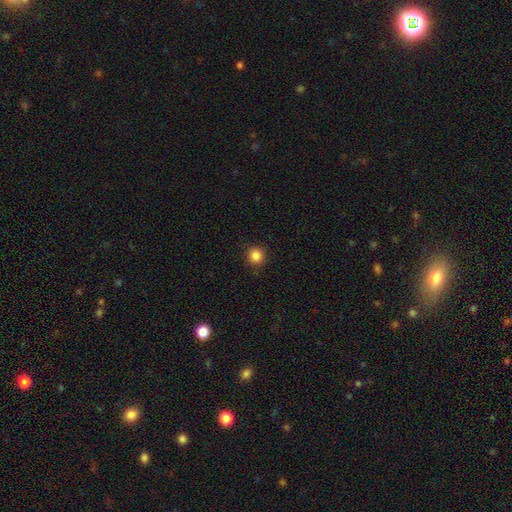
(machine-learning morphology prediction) Smooth or featured?
  - smooth: 85% *
  - star or artifact: 11%
  - featured or disk: 3%
How rounded?
  - round: 94% *
  - in between: 5%
  - cigar-shaped: 1%
Merging?
  - none: 90% *
  - minor disturbance: 7%
  - major disturbance: 2%
  - merger: 1%